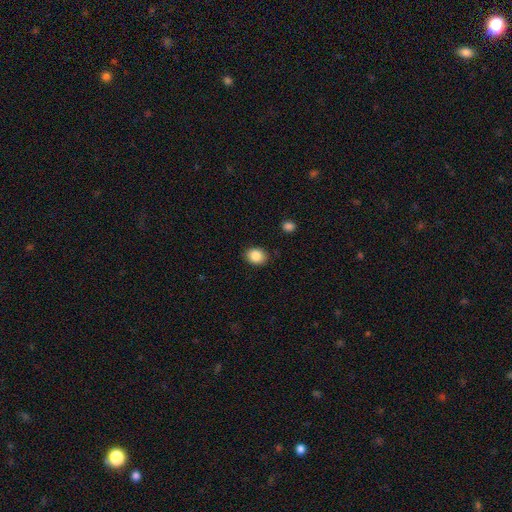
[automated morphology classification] type=smooth (87%); roundness=in between (55%); merging=none (88%).